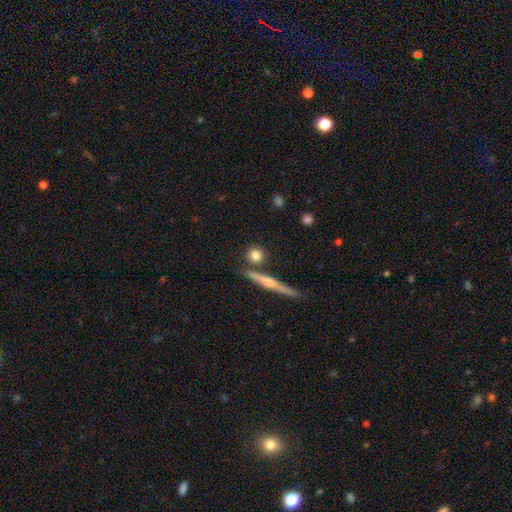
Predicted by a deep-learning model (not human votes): The model was most divided on "smooth or featured": smooth: 75%, featured or disk: 16%, star or artifact: 9%. More confident: how rounded — round (84%); merging — none (76%).